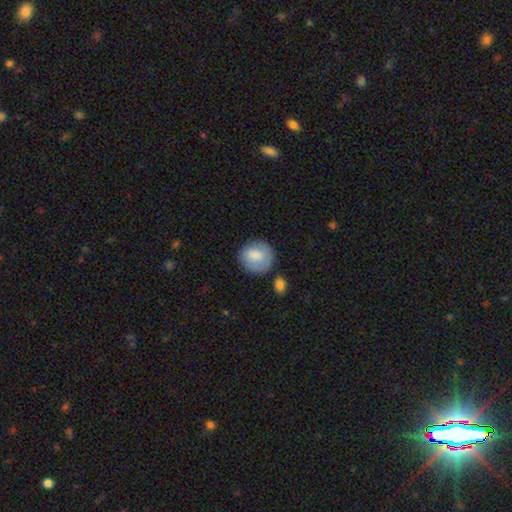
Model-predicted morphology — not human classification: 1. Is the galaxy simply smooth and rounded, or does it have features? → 82% smooth, 12% featured or disk, 7% star or artifact.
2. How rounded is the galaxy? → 83% round, 16% in between, 1% cigar-shaped.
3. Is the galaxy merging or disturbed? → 74% none, 16% minor disturbance, 5% merger, 5% major disturbance.